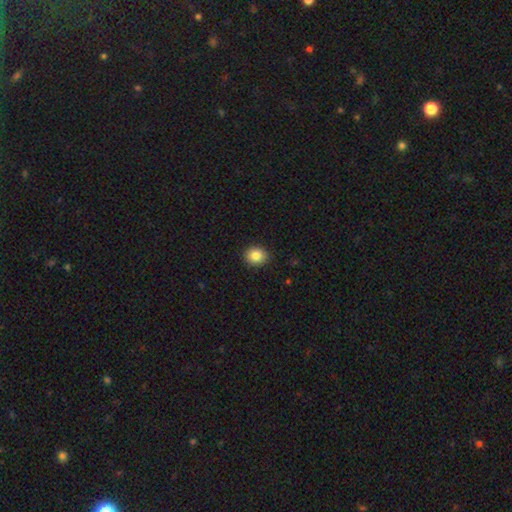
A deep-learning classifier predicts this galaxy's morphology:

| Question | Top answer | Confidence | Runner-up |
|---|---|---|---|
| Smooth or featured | smooth | 85% | star or artifact (10%) |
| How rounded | round | 70% | in between (29%) |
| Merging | none | 91% | minor disturbance (6%) |